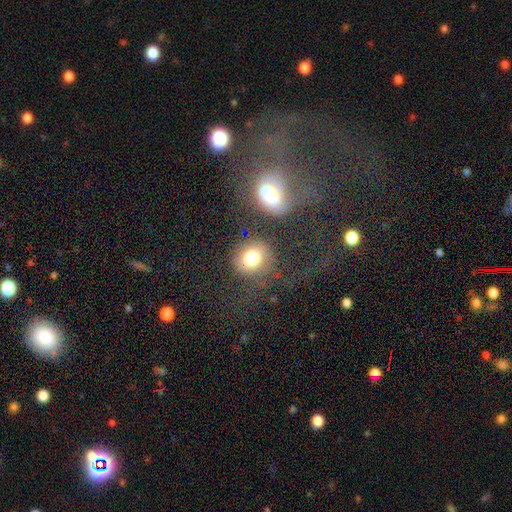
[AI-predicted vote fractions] Morphology: type=smooth (74%); roundness=round (77%); merging=none (52%).